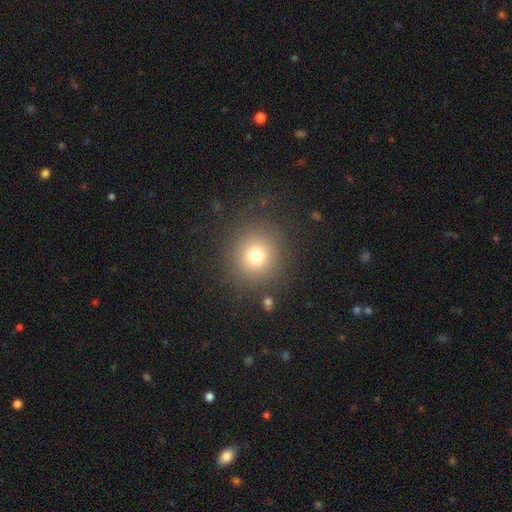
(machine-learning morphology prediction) A smooth galaxy with no disk features (74%) that is round (92%).

Vote fractions:
- Smooth or featured? smooth: 74% / star or artifact: 16% / featured or disk: 10%
- How rounded? round: 92% / in between: 7% / cigar-shaped: 1%
- Merging? none: 87% / minor disturbance: 7% / major disturbance: 4% / merger: 2%